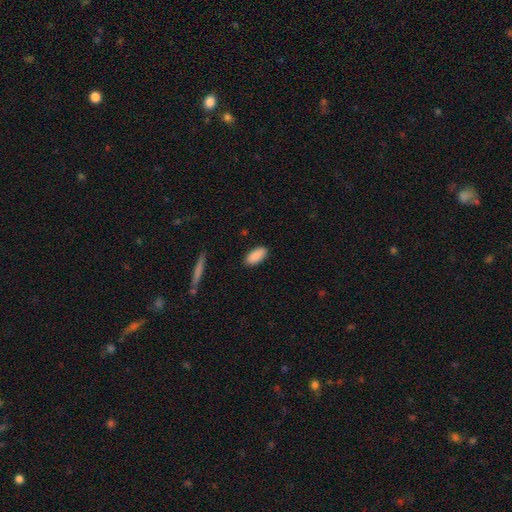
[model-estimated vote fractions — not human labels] smooth_or_featured: smooth (p=0.90) [alt: star or artifact p=0.06]
how_rounded: in between (p=0.90) [alt: cigar-shaped p=0.08]
merging: none (p=0.87) [alt: minor disturbance p=0.10]